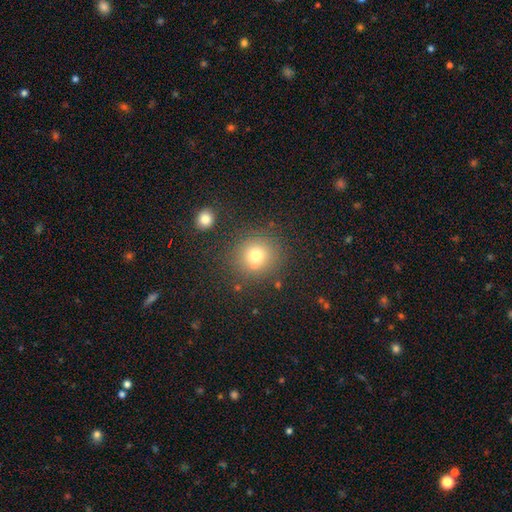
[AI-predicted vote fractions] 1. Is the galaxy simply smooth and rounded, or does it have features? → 75% smooth, 16% star or artifact, 10% featured or disk.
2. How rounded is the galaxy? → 89% round, 10% in between, 1% cigar-shaped.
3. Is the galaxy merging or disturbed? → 82% none, 9% minor disturbance, 5% merger, 4% major disturbance.